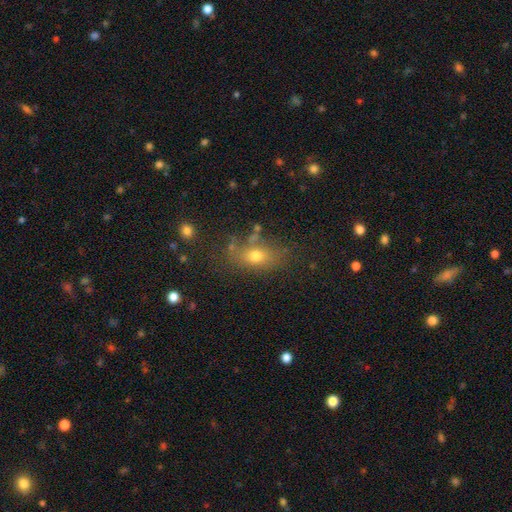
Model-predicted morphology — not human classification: Smooth or featured?
  - smooth: 69% *
  - featured or disk: 17%
  - star or artifact: 15%
How rounded?
  - in between: 74% *
  - round: 20%
  - cigar-shaped: 7%
Merging?
  - none: 67% *
  - minor disturbance: 18%
  - major disturbance: 8%
  - merger: 7%